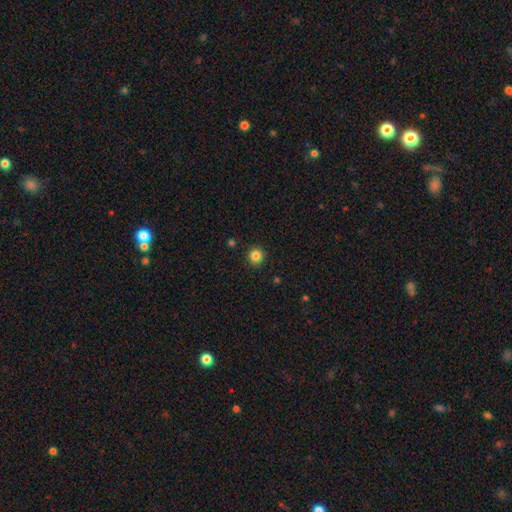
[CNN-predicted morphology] The model was most divided on "smooth or featured": smooth: 85%, star or artifact: 12%, featured or disk: 4%. More confident: how rounded — round (93%); merging — none (92%).